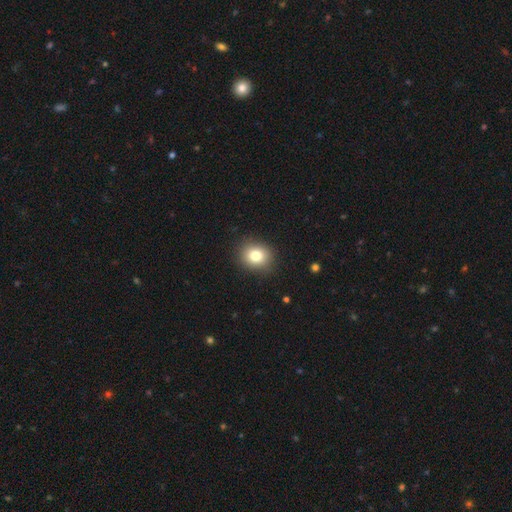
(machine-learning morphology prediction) This is clearly a smooth galaxy (80%). How rounded: likely round (71%). Merging: clearly none (89%).